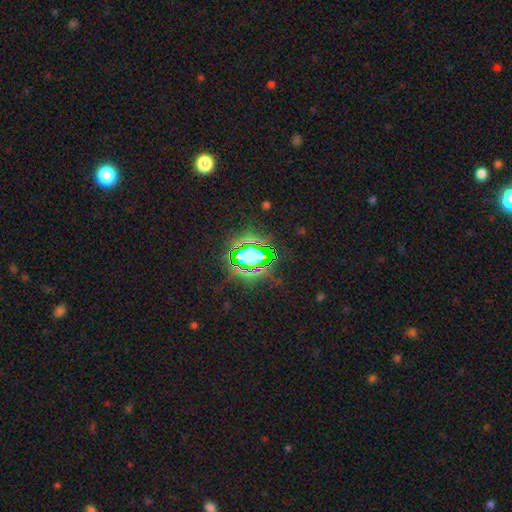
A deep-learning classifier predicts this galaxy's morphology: This is likely a star or artifact rather than a galaxy (74%).